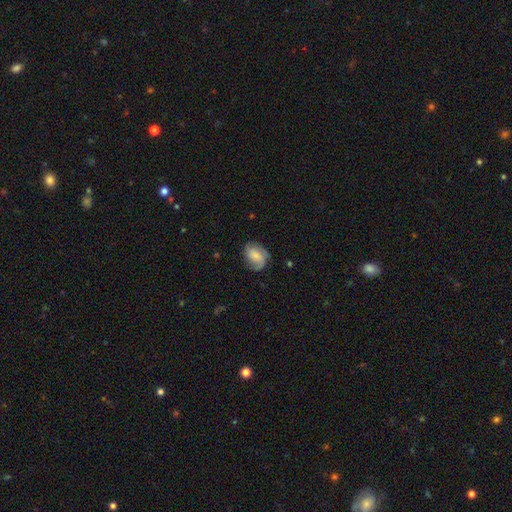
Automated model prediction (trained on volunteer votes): A featured or disk galaxy (49%). Merging: none (61%).